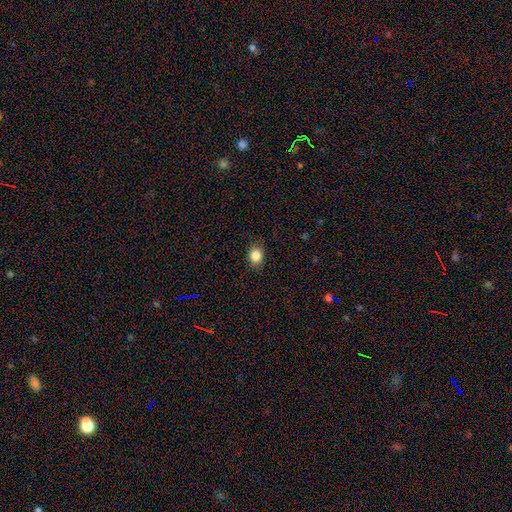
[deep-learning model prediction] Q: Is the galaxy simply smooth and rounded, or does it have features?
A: smooth — 85%.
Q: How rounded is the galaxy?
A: round — 55%.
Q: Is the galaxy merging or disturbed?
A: none — 86%.